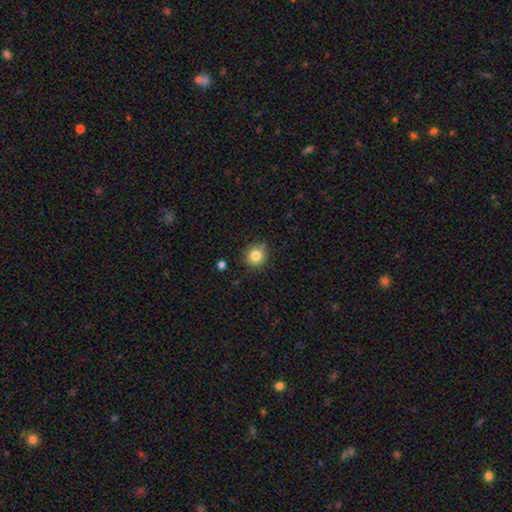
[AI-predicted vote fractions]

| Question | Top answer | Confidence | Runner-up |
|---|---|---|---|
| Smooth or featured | smooth | 83% | star or artifact (11%) |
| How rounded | round | 90% | in between (9%) |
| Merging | none | 84% | minor disturbance (12%) |